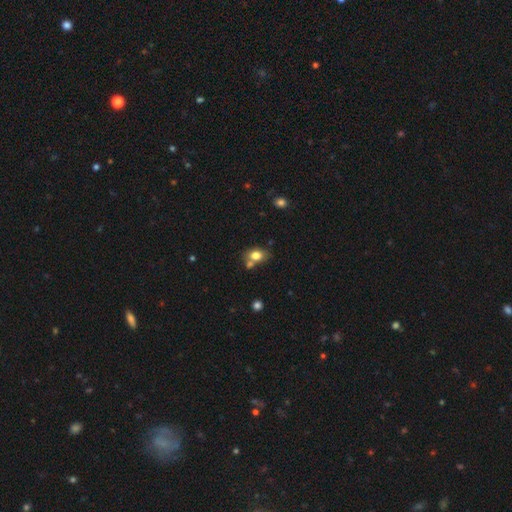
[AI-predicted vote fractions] Smooth or featured?
  - smooth: 78% *
  - featured or disk: 12%
  - star or artifact: 10%
How rounded?
  - in between: 67% *
  - round: 32%
  - cigar-shaped: 1%
Merging?
  - none: 52% *
  - merger: 29%
  - minor disturbance: 14%
  - major disturbance: 4%